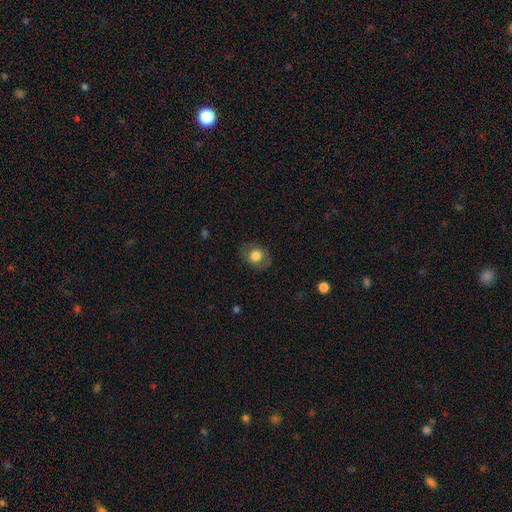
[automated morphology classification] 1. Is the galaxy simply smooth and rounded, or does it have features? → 75% smooth, 17% featured or disk, 8% star or artifact.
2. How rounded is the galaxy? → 60% round, 39% in between, 1% cigar-shaped.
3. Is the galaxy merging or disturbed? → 82% none, 12% minor disturbance, 5% major disturbance, 1% merger.